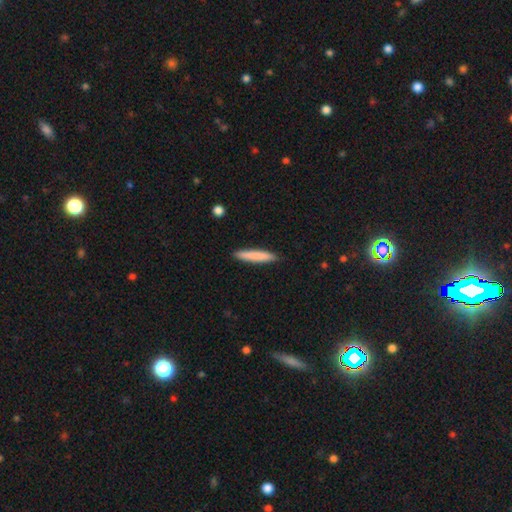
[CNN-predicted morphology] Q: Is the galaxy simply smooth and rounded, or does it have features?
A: smooth — 81%.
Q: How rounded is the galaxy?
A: cigar-shaped — 93%.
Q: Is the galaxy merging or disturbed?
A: none — 90%.